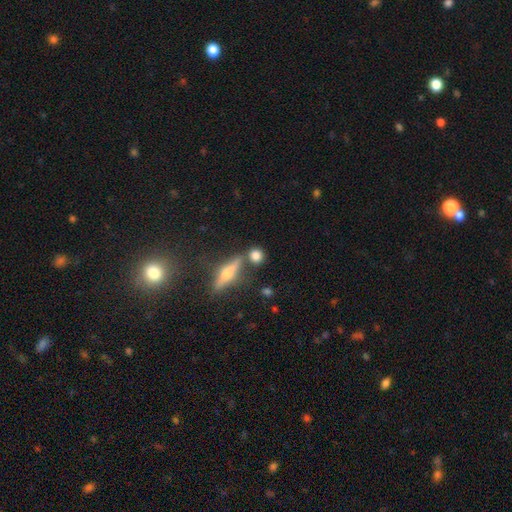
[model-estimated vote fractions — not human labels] This appears to be a smooth galaxy with no disk features (73%) that is round (78%). Merging: none (71%).